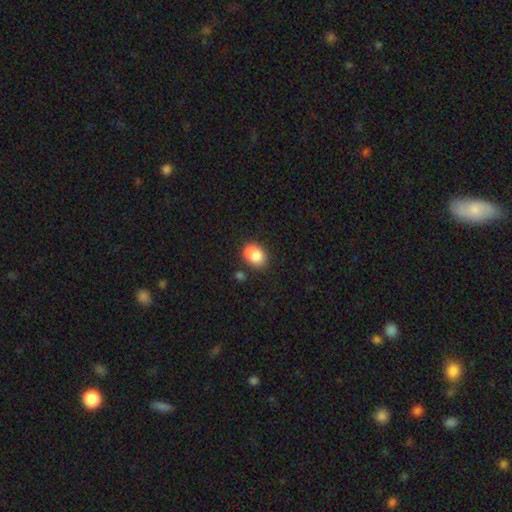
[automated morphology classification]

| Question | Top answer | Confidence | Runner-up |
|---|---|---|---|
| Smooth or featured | smooth | 74% | featured or disk (17%) |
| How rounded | in between | 60% | round (38%) |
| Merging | merger | 49% | none (35%) |